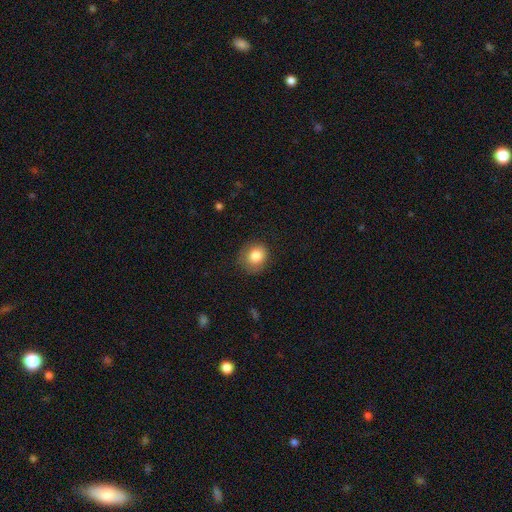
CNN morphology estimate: Smooth or featured? smooth (82%)
How rounded? round (74%)
Merging? none (77%)